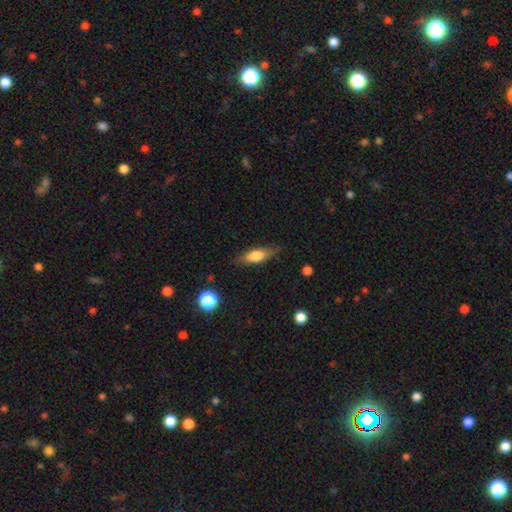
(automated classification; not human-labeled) This is likely a smooth galaxy (68%). How rounded: possibly in between (53%). Merging: likely none (78%).